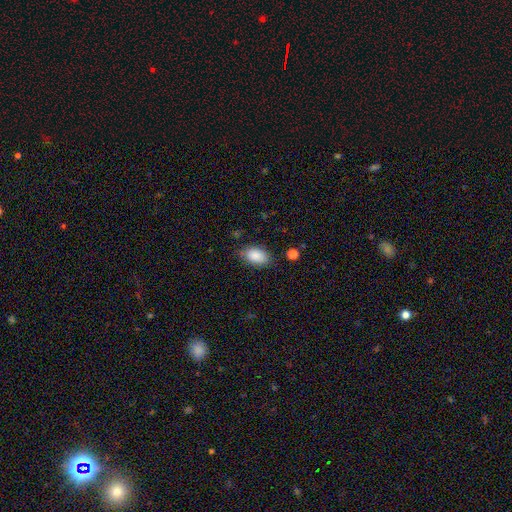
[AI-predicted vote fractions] Overall: smooth (88%). How rounded: in between (91%). Merging: none (78%).